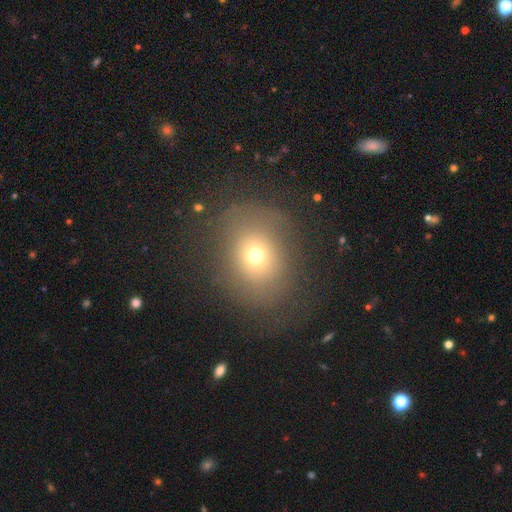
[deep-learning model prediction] Morphology: type=smooth (67%); roundness=round (65%); merging=none (66%).